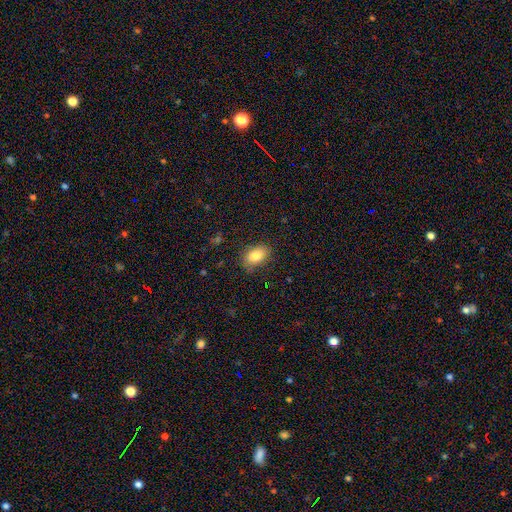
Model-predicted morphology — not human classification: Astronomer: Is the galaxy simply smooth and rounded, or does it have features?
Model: smooth — 83%.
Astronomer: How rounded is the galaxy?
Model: in between — 88%.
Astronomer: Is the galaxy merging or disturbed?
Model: none — 82%.